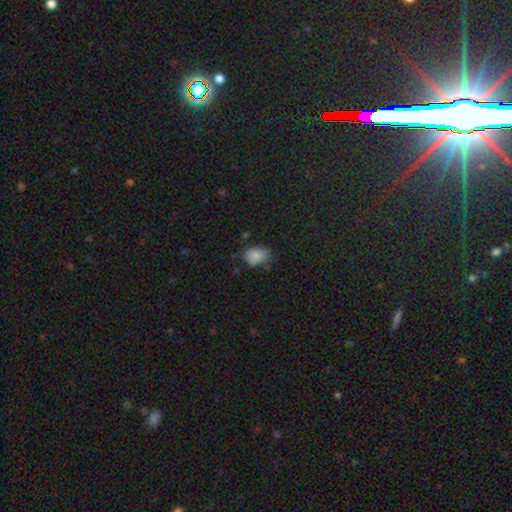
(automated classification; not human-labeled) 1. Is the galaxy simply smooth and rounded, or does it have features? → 82% smooth, 10% star or artifact, 8% featured or disk.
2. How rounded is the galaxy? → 75% in between, 23% round, 1% cigar-shaped.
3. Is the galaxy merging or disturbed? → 59% none, 29% minor disturbance, 7% major disturbance, 5% merger.